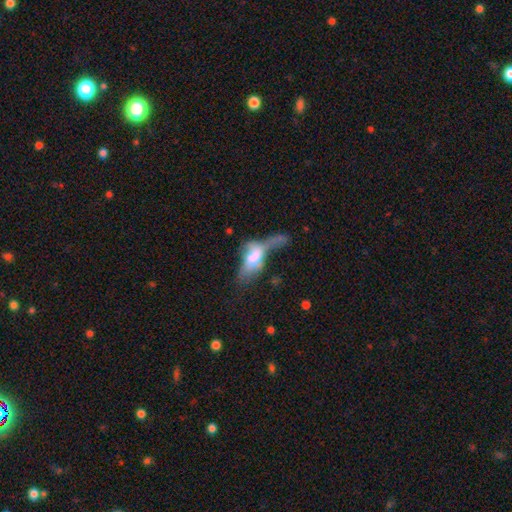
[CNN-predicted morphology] Smooth or featured? Predicted: smooth (p=0.55). How rounded? Predicted: in between (p=0.83). Merging? Predicted: major disturbance (p=0.44).